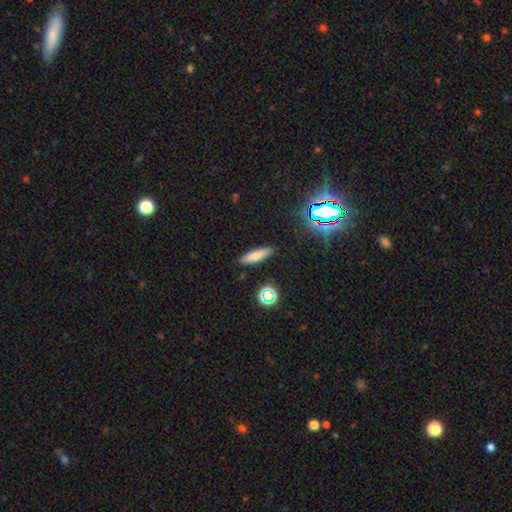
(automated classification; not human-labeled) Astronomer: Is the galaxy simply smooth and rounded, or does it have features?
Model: smooth — 73%.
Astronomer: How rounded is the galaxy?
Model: cigar-shaped — 69%.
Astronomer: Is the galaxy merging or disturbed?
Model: none — 88%.